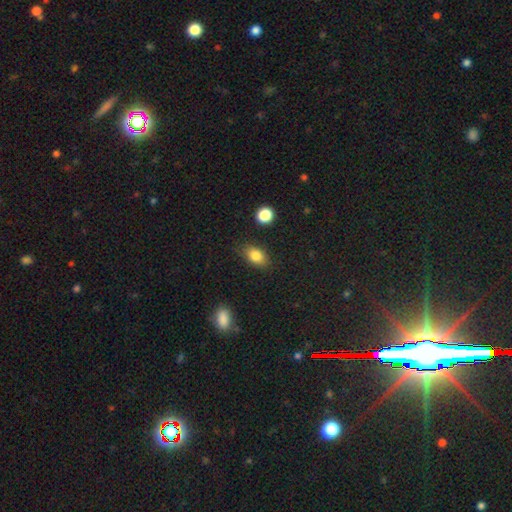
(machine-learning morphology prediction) smooth-or-featured: smooth: 83% | star or artifact: 9% | featured or disk: 8%
  how-rounded: in between: 84% | round: 14% | cigar-shaped: 2%
  merging: none: 81% | minor disturbance: 13% | major disturbance: 3% | merger: 2%